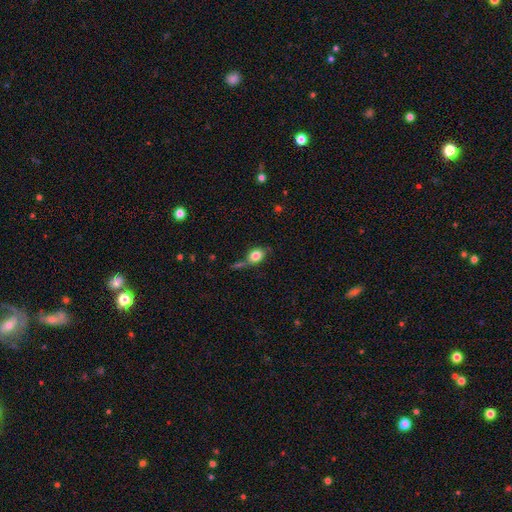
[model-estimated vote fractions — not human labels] Smooth or featured: smooth — 79% (featured or disk — 11%)
How rounded: in between — 58% (round — 40%)
Merging: none — 53% (minor disturbance — 22%)